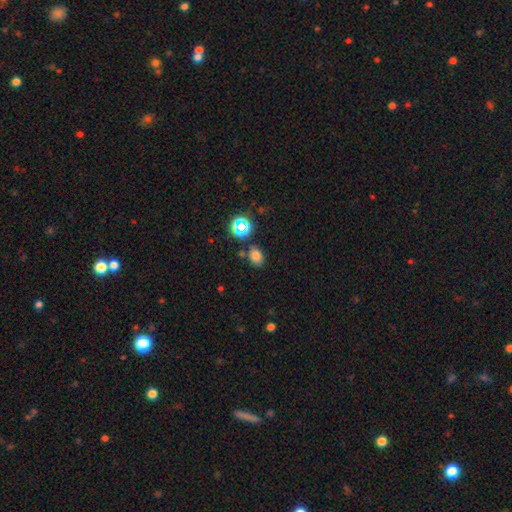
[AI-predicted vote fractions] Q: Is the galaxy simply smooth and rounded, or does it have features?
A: smooth — 71%.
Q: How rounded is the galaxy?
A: in between — 65%.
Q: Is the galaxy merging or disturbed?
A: none — 77%.